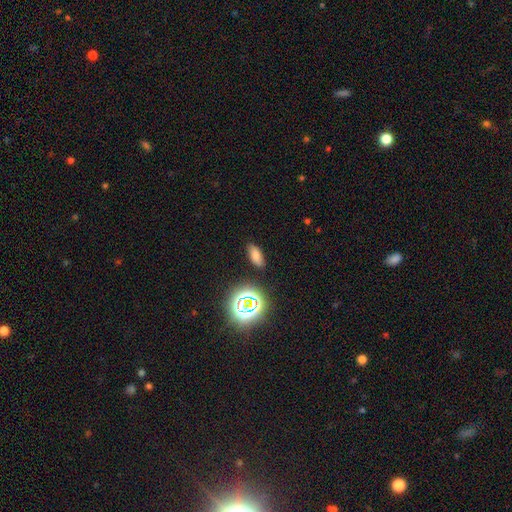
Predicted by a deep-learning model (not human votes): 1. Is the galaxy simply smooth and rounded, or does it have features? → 72% smooth, 20% star or artifact, 8% featured or disk.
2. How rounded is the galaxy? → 81% in between, 14% cigar-shaped, 6% round.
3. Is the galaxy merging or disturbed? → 85% none, 10% minor disturbance, 3% major disturbance, 2% merger.